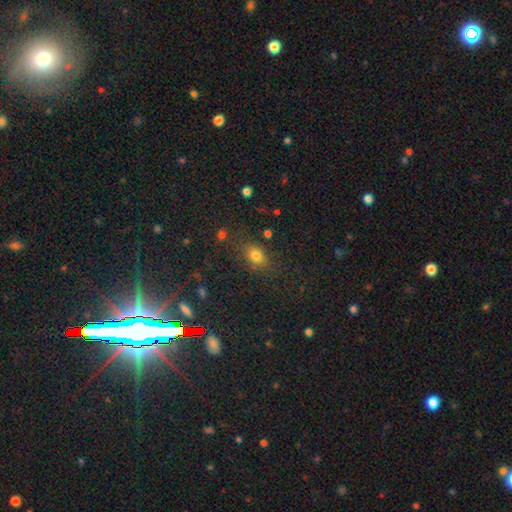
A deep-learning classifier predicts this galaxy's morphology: The model was most divided on "how rounded": in between: 63%, round: 34%, cigar-shaped: 3%. More confident: merging — none (76%); smooth or featured — smooth (72%).